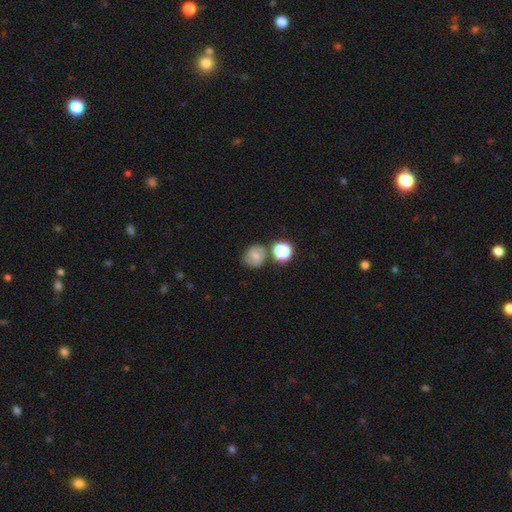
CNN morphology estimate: Smooth or featured? smooth (61%)
How rounded? round (80%)
Merging? none (65%)